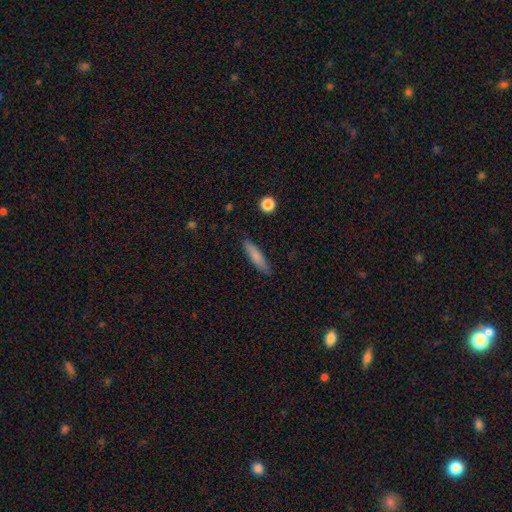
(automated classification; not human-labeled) Overall: smooth (77%). How rounded: cigar-shaped (82%). Merging: none (86%).